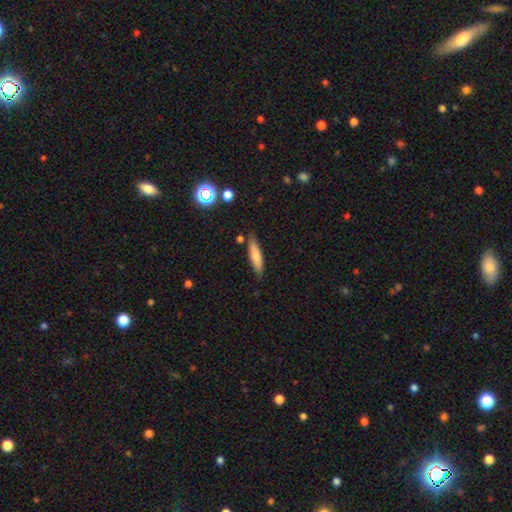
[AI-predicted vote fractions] A smooth galaxy with no disk features (73%) that is cigar-shaped (77%).

Vote fractions:
- Smooth or featured? smooth: 73% / featured or disk: 20% / star or artifact: 7%
- How rounded? cigar-shaped: 77% / in between: 21% / round: 2%
- Merging? none: 81% / minor disturbance: 13% / merger: 3% / major disturbance: 2%